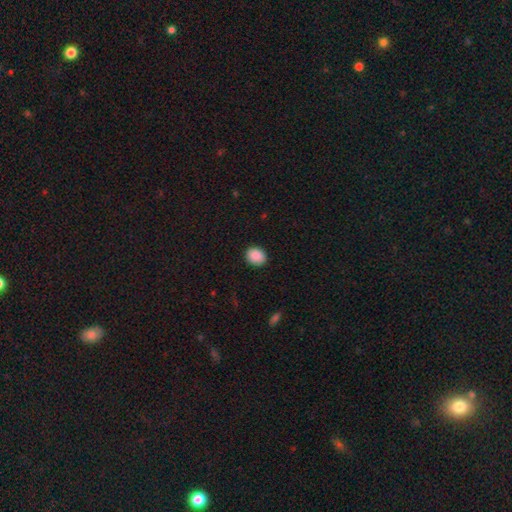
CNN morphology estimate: smooth_or_featured: smooth (p=0.90) [alt: star or artifact p=0.08]
how_rounded: round (p=0.55) [alt: in between p=0.44]
merging: none (p=0.89) [alt: minor disturbance p=0.08]